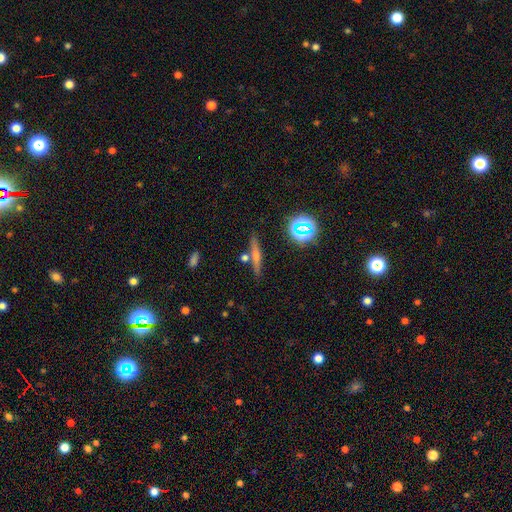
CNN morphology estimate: A smooth galaxy with no disk features (42%, tied with featured or disk).

Vote fractions:
- Smooth or featured? smooth: 42% (tied) / featured or disk: 42% (tied) / star or artifact: 16%
- Merging? none: 80% / minor disturbance: 9% / merger: 8% / major disturbance: 3%